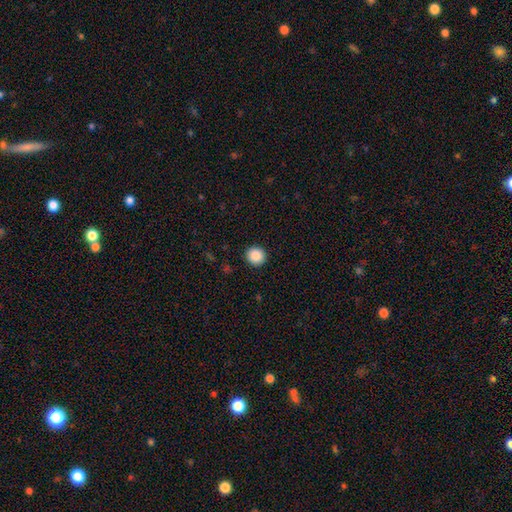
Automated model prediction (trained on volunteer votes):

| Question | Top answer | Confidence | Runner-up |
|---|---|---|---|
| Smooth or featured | smooth | 88% | star or artifact (9%) |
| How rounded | round | 92% | in between (7%) |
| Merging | none | 92% | minor disturbance (5%) |